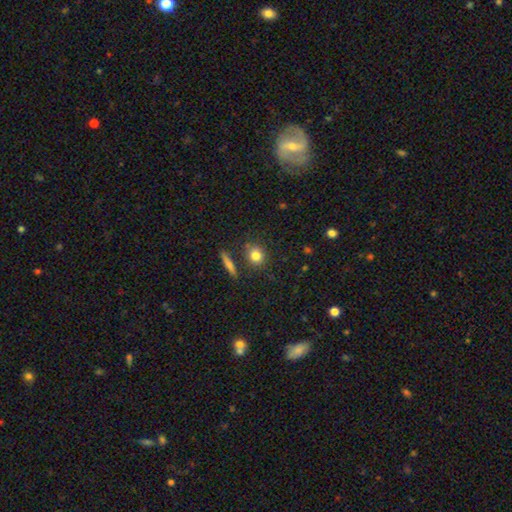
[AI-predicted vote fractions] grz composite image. It shows a smooth galaxy with no disk features (81%) that is round (81%). Merging: none (81%).